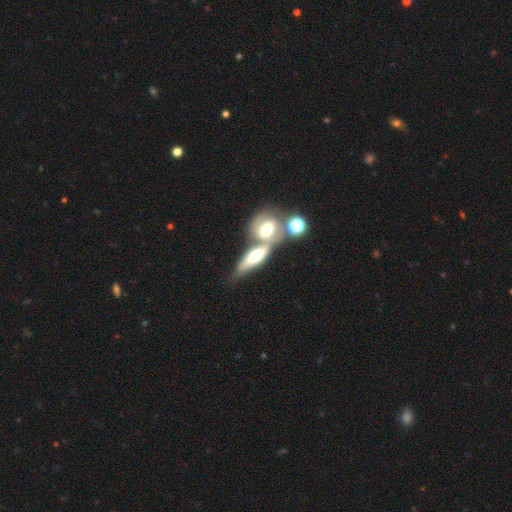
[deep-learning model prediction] smooth 54%, featured or disk 38%, star or artifact 8%. Down the decision tree: how rounded — in between (60%); merging — merger (55%).